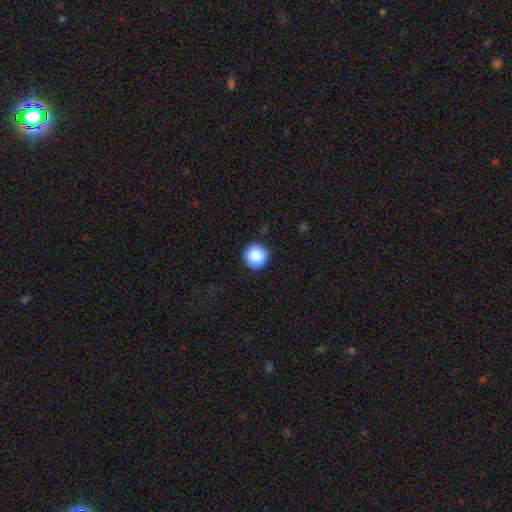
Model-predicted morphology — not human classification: smooth-or-featured: smooth: 89% | star or artifact: 8% | featured or disk: 3%
  how-rounded: round: 95% | in between: 4% | cigar-shaped: 1%
  merging: none: 91% | minor disturbance: 7% | major disturbance: 2% | merger: 1%